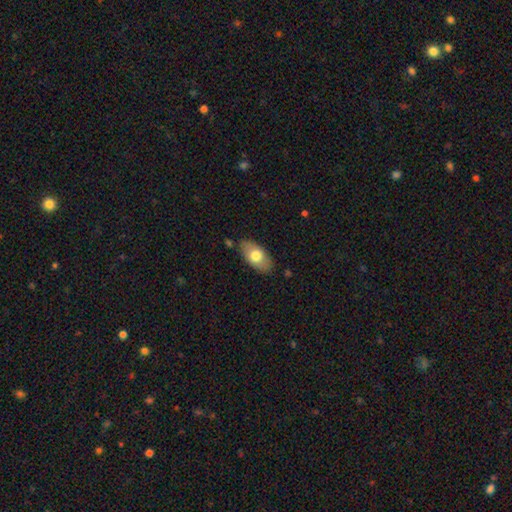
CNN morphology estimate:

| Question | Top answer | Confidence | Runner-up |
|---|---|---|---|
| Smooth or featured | smooth | 70% | featured or disk (24%) |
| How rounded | in between | 92% | round (4%) |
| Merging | none | 80% | minor disturbance (14%) |